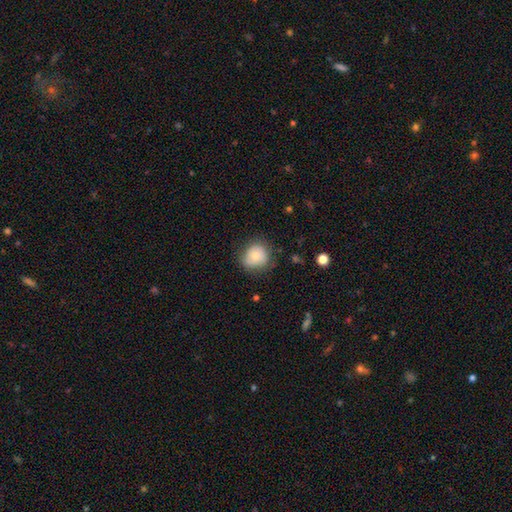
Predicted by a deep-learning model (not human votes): This appears to be a smooth galaxy with no disk features (74%) that is round (76%). Merging: none (70%).